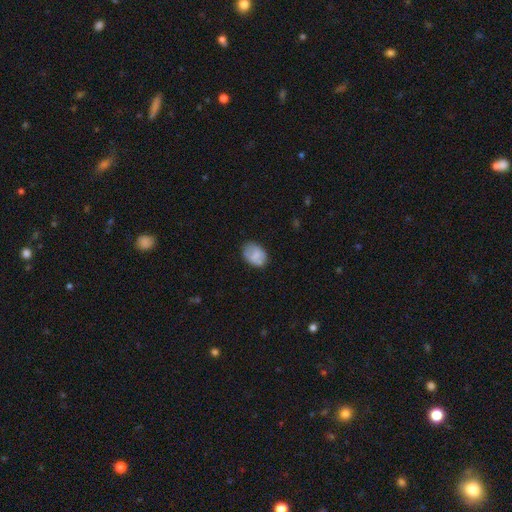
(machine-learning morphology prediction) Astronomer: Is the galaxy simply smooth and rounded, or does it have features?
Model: smooth — 67%.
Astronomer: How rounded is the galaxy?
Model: in between — 78%.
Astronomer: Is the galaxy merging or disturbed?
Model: none — 68%.